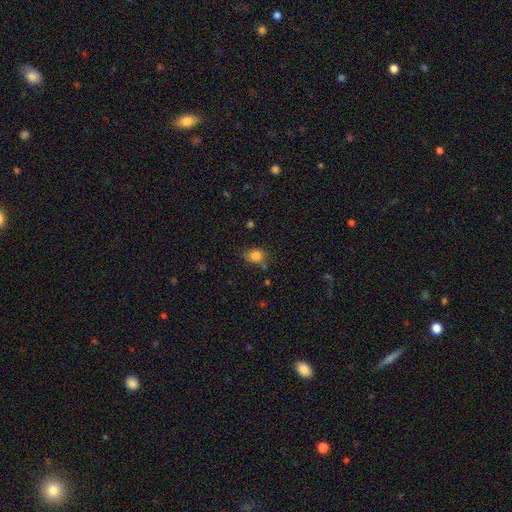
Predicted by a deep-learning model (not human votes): Smooth or featured: smooth — 83% (star or artifact — 11%)
How rounded: round — 60% (in between — 39%)
Merging: none — 67% (minor disturbance — 22%)